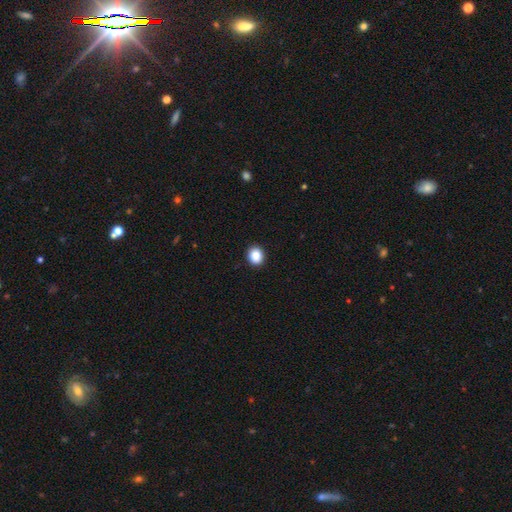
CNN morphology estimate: Smooth or featured?
  - smooth: 88% *
  - star or artifact: 9%
  - featured or disk: 3%
How rounded?
  - round: 76% *
  - in between: 24%
  - cigar-shaped: 1%
Merging?
  - none: 92% *
  - minor disturbance: 5%
  - major disturbance: 2%
  - merger: 1%